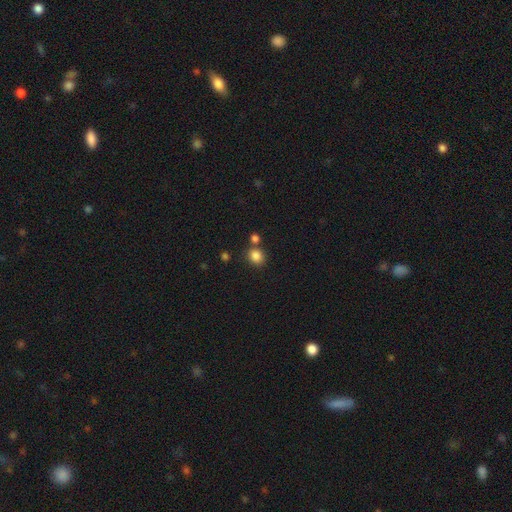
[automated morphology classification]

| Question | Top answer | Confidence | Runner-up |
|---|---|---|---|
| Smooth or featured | smooth | 85% | star or artifact (11%) |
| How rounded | round | 69% | in between (30%) |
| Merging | none | 71% | merger (16%) |